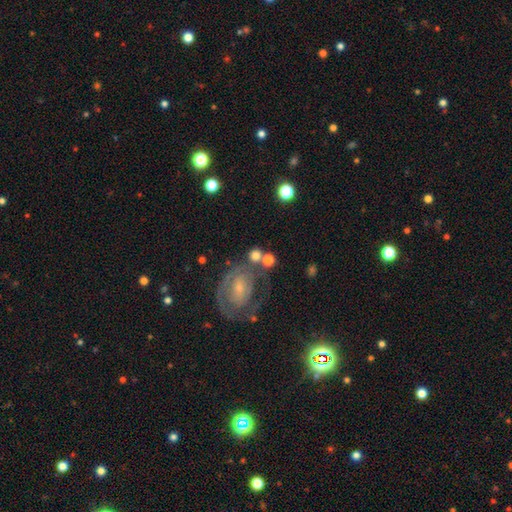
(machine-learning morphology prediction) Smooth or featured?
  - smooth: 63% *
  - featured or disk: 26%
  - star or artifact: 11%
How rounded?
  - round: 83% *
  - in between: 16%
  - cigar-shaped: 1%
Merging?
  - none: 62% *
  - merger: 18%
  - minor disturbance: 13%
  - major disturbance: 8%